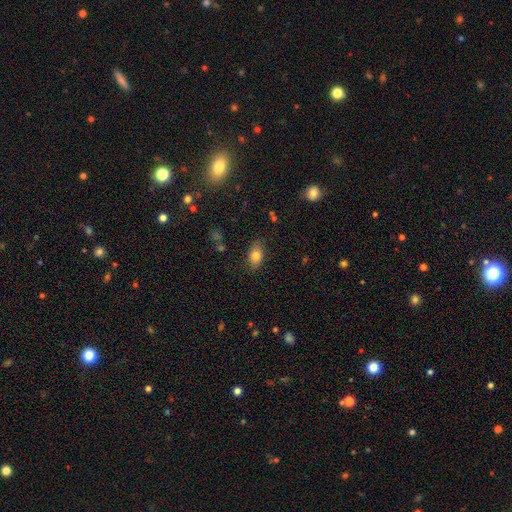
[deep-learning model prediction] Q: Smooth or featured?
A: smooth (79%); runner-up: featured or disk (12%)
Q: How rounded?
A: in between (86%); runner-up: round (11%)
Q: Merging?
A: none (83%); runner-up: minor disturbance (13%)